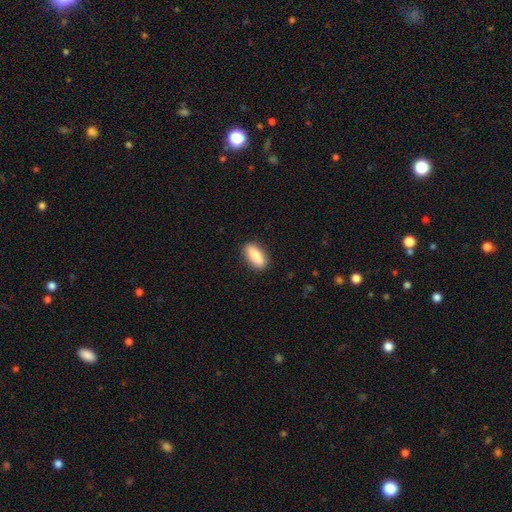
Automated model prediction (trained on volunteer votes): Morphology: type=smooth (82%); roundness=in between (79%); merging=none (88%).